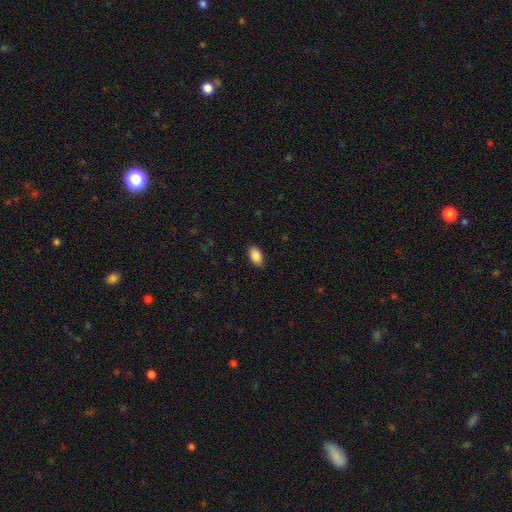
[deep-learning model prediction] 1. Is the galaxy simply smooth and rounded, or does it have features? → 88% smooth, 7% star or artifact, 4% featured or disk.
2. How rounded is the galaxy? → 93% in between, 6% round, 1% cigar-shaped.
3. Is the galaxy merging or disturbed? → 88% none, 9% minor disturbance, 2% major disturbance, 1% merger.